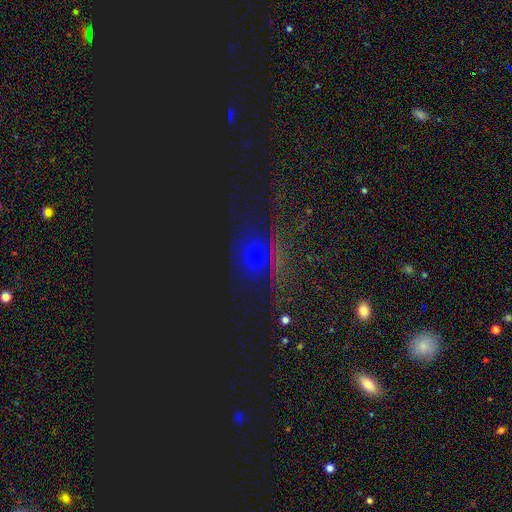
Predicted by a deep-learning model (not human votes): The model was most divided on "smooth or featured": star or artifact: 55%, smooth: 36%, featured or disk: 8%.